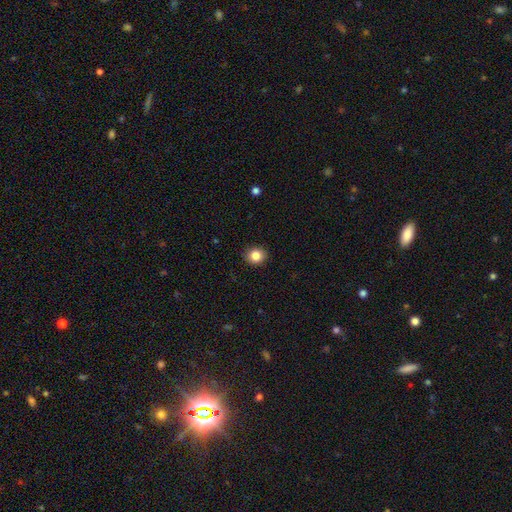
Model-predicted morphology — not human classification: The model was most divided on "how rounded": round: 81%, in between: 19%, cigar-shaped: 1%. More confident: merging — none (91%); smooth or featured — smooth (85%).